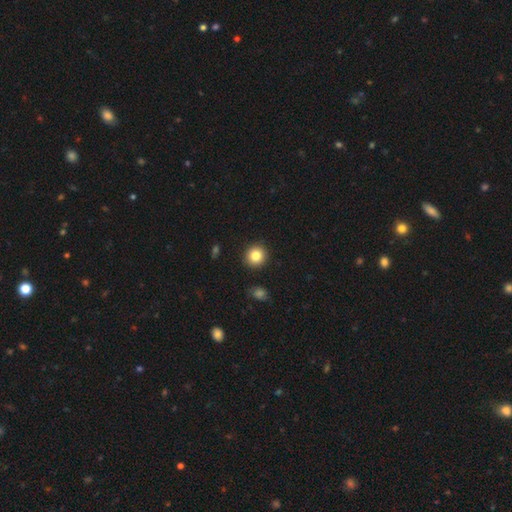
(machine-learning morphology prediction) Smooth or featured?
  - smooth: 84% *
  - star or artifact: 10%
  - featured or disk: 6%
How rounded?
  - round: 92% *
  - in between: 7%
  - cigar-shaped: 1%
Merging?
  - none: 92% *
  - minor disturbance: 5%
  - major disturbance: 2%
  - merger: 1%